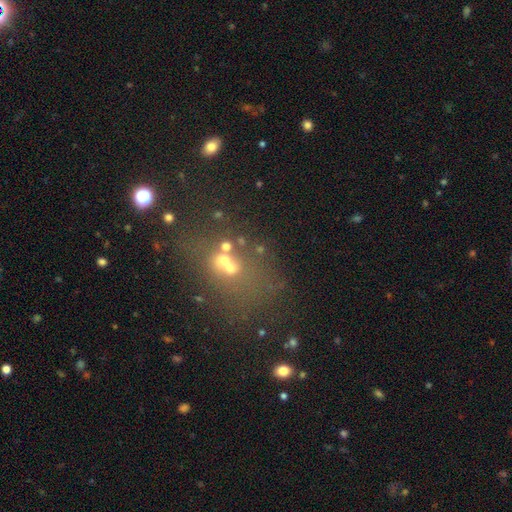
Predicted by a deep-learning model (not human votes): smooth-or-featured: star or artifact: 41% | smooth: 40% | featured or disk: 20%